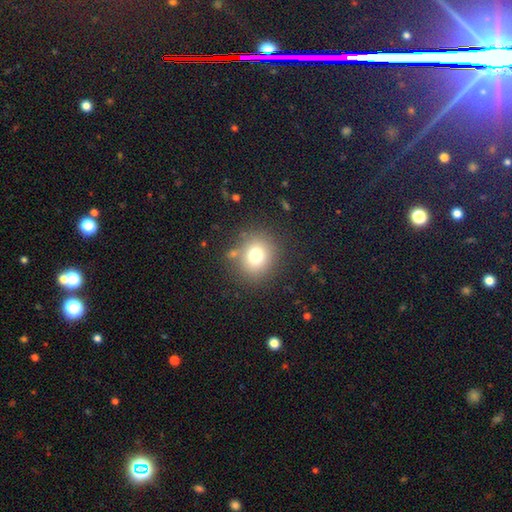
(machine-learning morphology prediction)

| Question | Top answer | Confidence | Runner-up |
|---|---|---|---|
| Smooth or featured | smooth | 74% | star or artifact (15%) |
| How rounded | round | 82% | in between (17%) |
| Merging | none | 82% | minor disturbance (9%) |